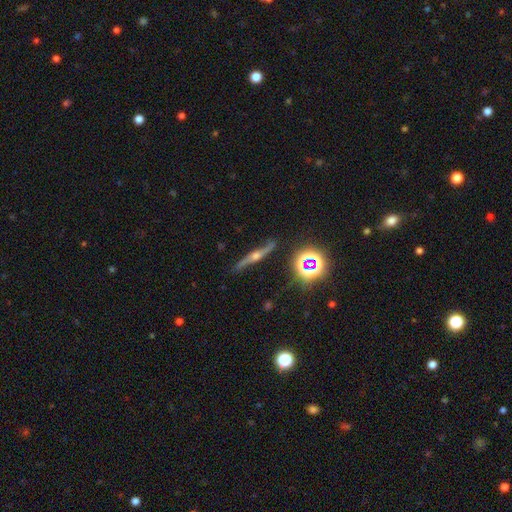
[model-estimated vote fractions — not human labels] smooth_or_featured: featured or disk (p=0.76) [alt: star or artifact p=0.12]
disk_edge_on: yes (p=0.85) [alt: no p=0.15]
edge_on_bulge: rounded (p=0.92) [alt: none p=0.04]
merging: none (p=0.83) [alt: minor disturbance p=0.13]